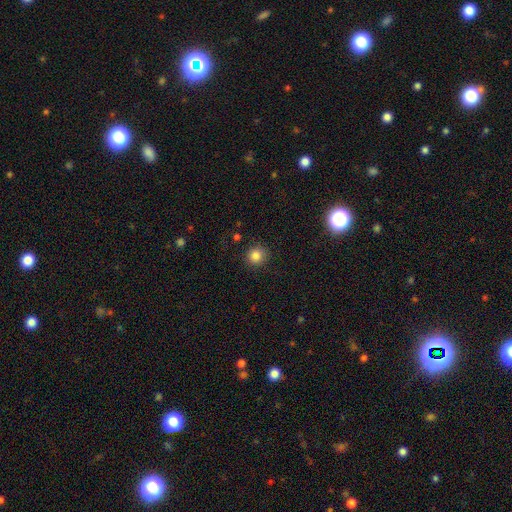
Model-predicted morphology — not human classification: Smooth or featured?
  - smooth: 84% *
  - star or artifact: 11%
  - featured or disk: 4%
How rounded?
  - round: 93% *
  - in between: 6%
  - cigar-shaped: 1%
Merging?
  - none: 89% *
  - minor disturbance: 8%
  - major disturbance: 3%
  - merger: 1%